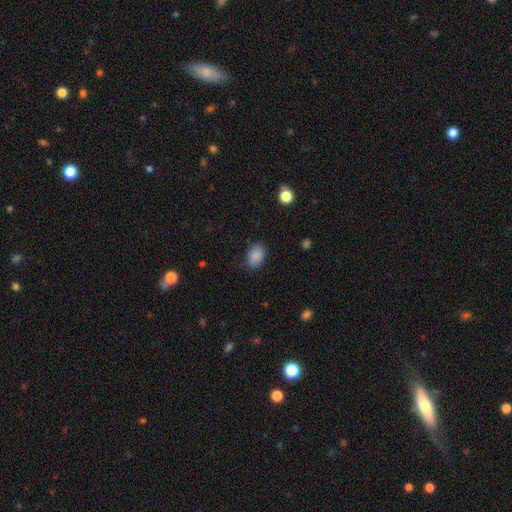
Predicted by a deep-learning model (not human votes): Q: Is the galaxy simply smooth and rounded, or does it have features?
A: smooth — 88%.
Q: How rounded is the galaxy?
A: in between — 83%.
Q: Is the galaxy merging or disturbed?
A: none — 83%.